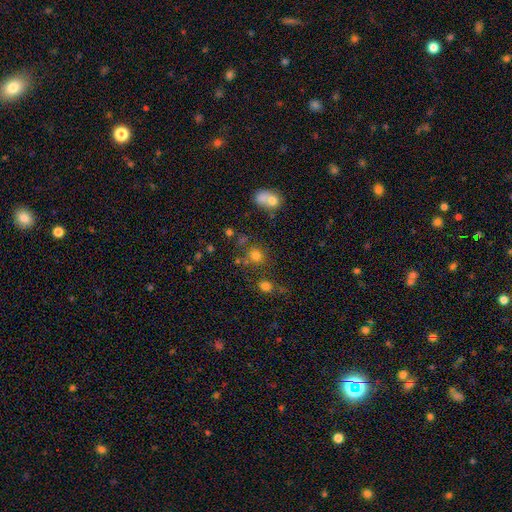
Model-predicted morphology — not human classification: A smooth galaxy with no disk features (72%) that is round (84%).

Vote fractions:
- Smooth or featured? smooth: 72% / star or artifact: 19% / featured or disk: 9%
- How rounded? round: 84% / in between: 15% / cigar-shaped: 1%
- Merging? none: 66% / merger: 19% / minor disturbance: 10% / major disturbance: 5%